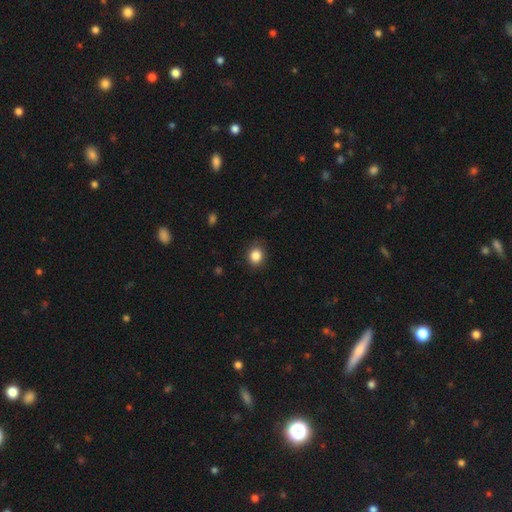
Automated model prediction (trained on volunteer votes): This appears to be a smooth galaxy with no disk features (85%) that is round (70%). Merging: none (82%).